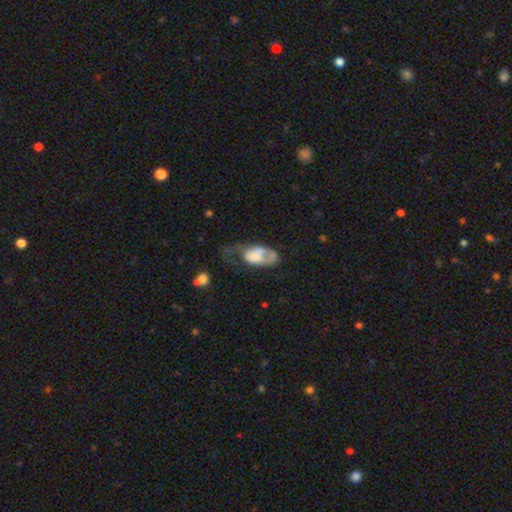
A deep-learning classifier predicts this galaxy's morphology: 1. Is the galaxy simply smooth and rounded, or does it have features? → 56% smooth, 36% featured or disk, 8% star or artifact.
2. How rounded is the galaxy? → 92% in between, 5% round, 3% cigar-shaped.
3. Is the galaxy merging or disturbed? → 51% major disturbance, 25% minor disturbance, 18% none, 7% merger.